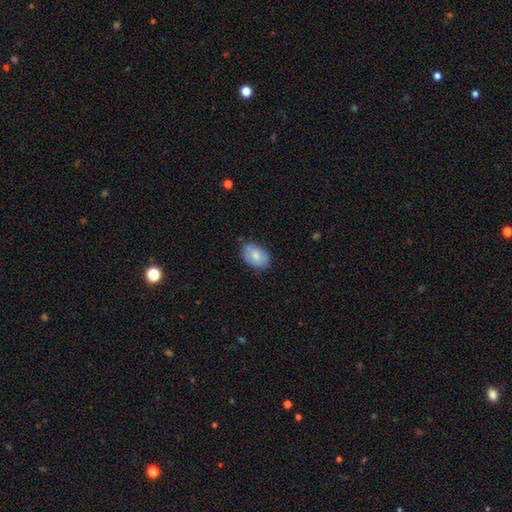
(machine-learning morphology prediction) A smooth galaxy with no disk features (76%) that is in between round and cigar-shaped (88%).

Vote fractions:
- Smooth or featured? smooth: 76% / featured or disk: 17% / star or artifact: 6%
- How rounded? in between: 88% / round: 11% / cigar-shaped: 1%
- Merging? none: 73% / minor disturbance: 22% / major disturbance: 4% / merger: 2%